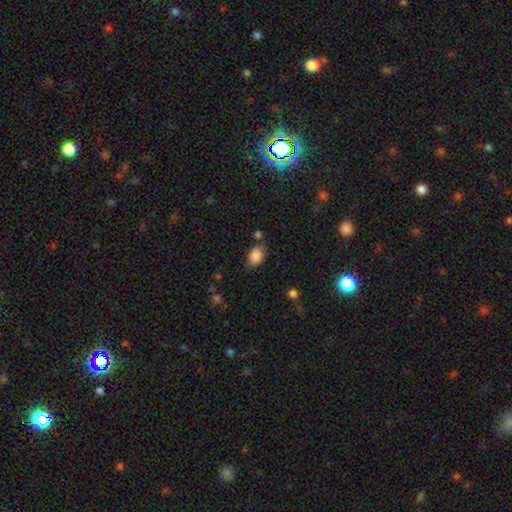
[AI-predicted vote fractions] Smooth or featured?
  - smooth: 87% *
  - star or artifact: 8%
  - featured or disk: 5%
How rounded?
  - in between: 83% *
  - round: 16%
  - cigar-shaped: 1%
Merging?
  - none: 71% *
  - minor disturbance: 19%
  - merger: 5%
  - major disturbance: 4%